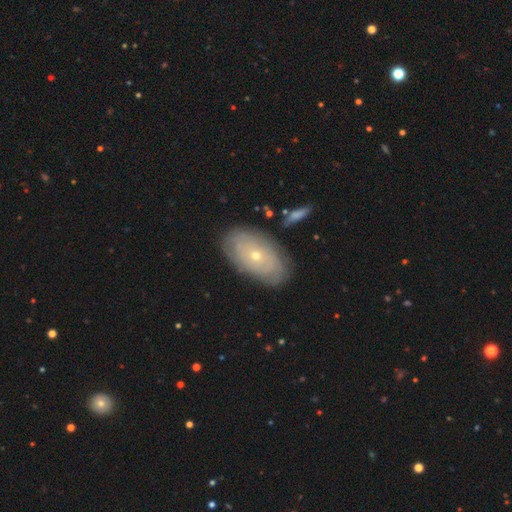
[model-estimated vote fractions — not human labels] smooth-or-featured: featured or disk: 65% | smooth: 27% | star or artifact: 7%
  disk-edge-on: no: 92% | yes: 8%
    bar: no: 88% | weak: 10% | strong: 2%
    has-spiral-arms: yes: 69% | no: 31%
    bulge-size: small: 70% | moderate: 27% | large: 1% | dominant: 1% | none: 1%
  merging: none: 82% | minor disturbance: 13% | major disturbance: 3% | merger: 2%